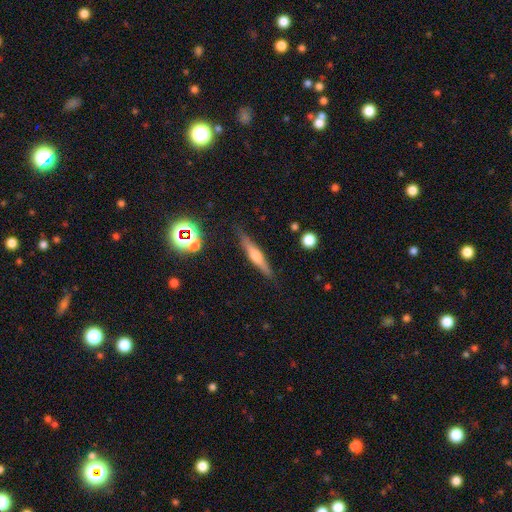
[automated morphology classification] type=featured or disk (60%); edge-on=yes (96%); edge-on bulge=rounded (86%); merging=none (86%).